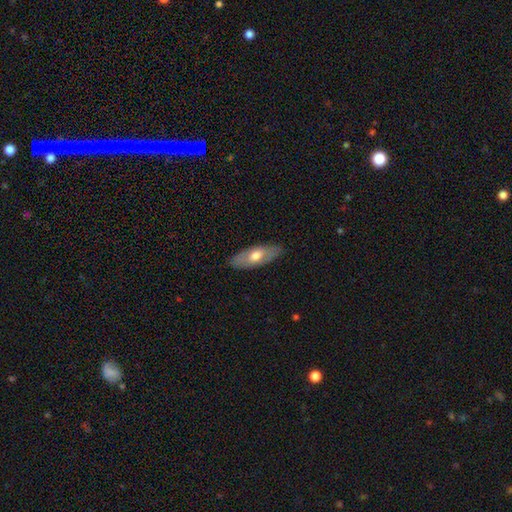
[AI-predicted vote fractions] This appears to be a smooth galaxy with no disk features (56%) that is in between round and cigar-shaped (75%). Merging: none (84%).